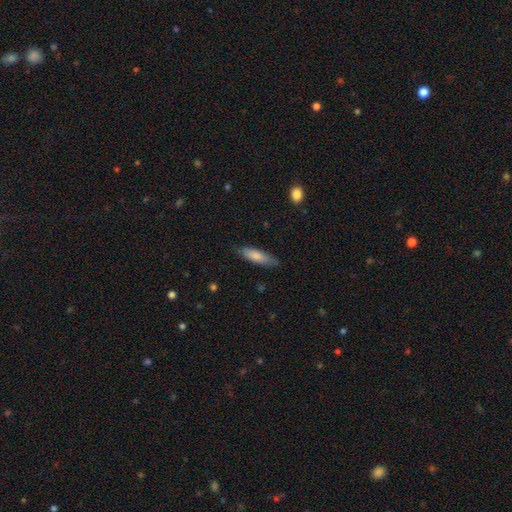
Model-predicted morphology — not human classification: smooth_or_featured: smooth (p=0.81) [alt: featured or disk p=0.13]
how_rounded: cigar-shaped (p=0.57) [alt: in between p=0.42]
merging: none (p=0.77) [alt: minor disturbance p=0.19]